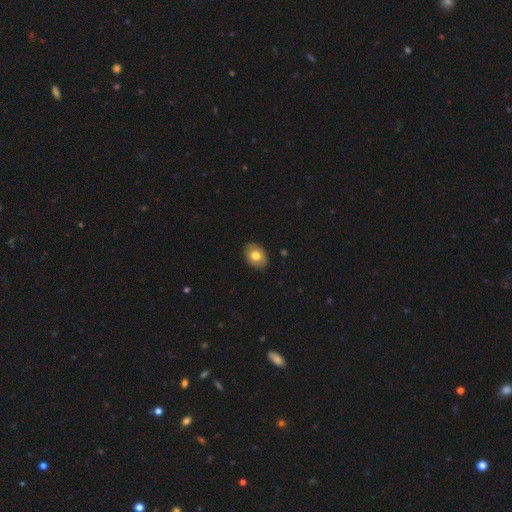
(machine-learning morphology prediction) This is likely a smooth galaxy (72%). How rounded: likely in between (75%). Merging: clearly none (87%).